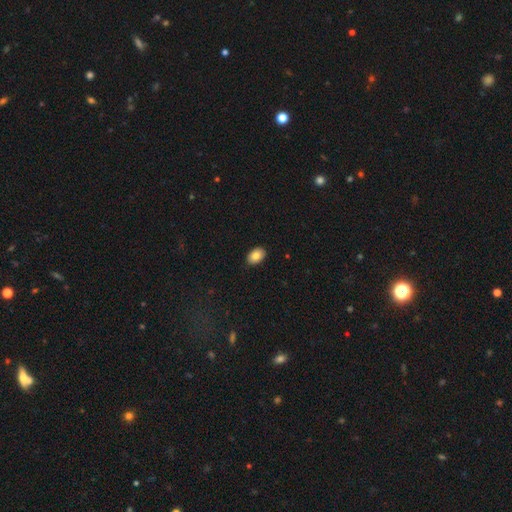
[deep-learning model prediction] smooth 84%, featured or disk 9%, star or artifact 8%. Down the decision tree: how rounded — in between (85%); merging — none (89%).